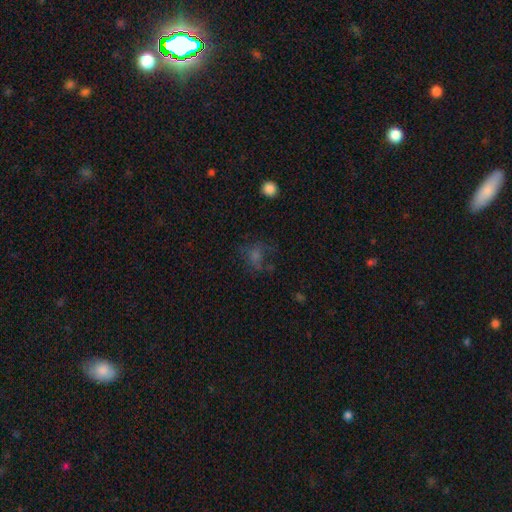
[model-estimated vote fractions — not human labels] Overall: smooth (46%; star or artifact 28%). Merging: none (53%; major disturbance 24%).